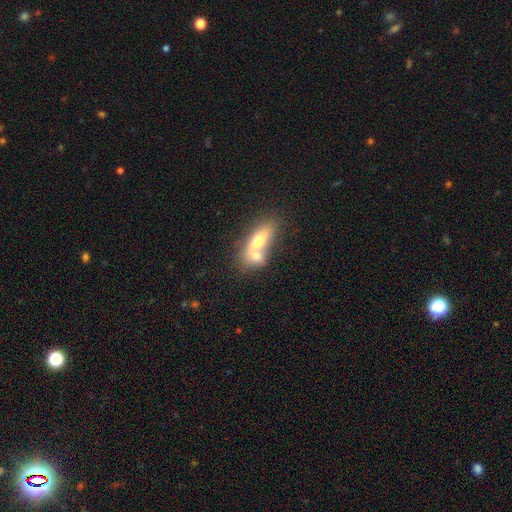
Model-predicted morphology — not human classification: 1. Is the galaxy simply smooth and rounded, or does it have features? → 64% smooth, 28% featured or disk, 7% star or artifact.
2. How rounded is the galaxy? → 68% in between, 17% round, 15% cigar-shaped.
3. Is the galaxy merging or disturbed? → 71% merger, 18% none, 7% minor disturbance, 4% major disturbance.